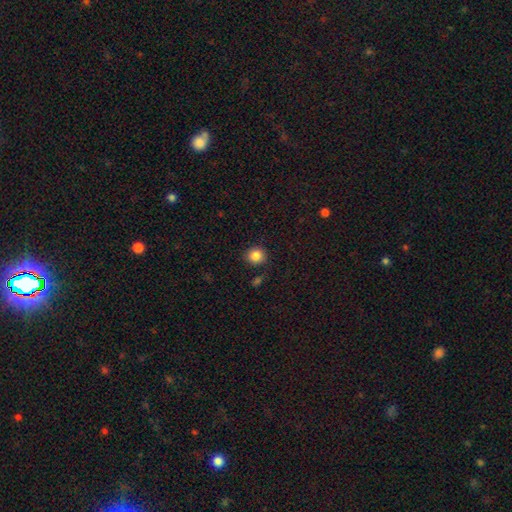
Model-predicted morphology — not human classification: A smooth galaxy with no disk features (87%) that is round (86%).

Vote fractions:
- Smooth or featured? smooth: 87% / star or artifact: 10% / featured or disk: 3%
- How rounded? round: 86% / in between: 13% / cigar-shaped: 1%
- Merging? none: 84% / minor disturbance: 10% / merger: 3% / major disturbance: 3%